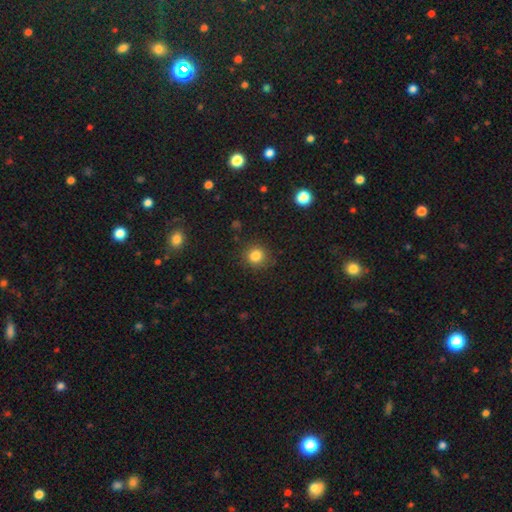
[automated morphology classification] This appears to be a smooth galaxy with no disk features (83%) that is round (89%). Merging: none (86%).